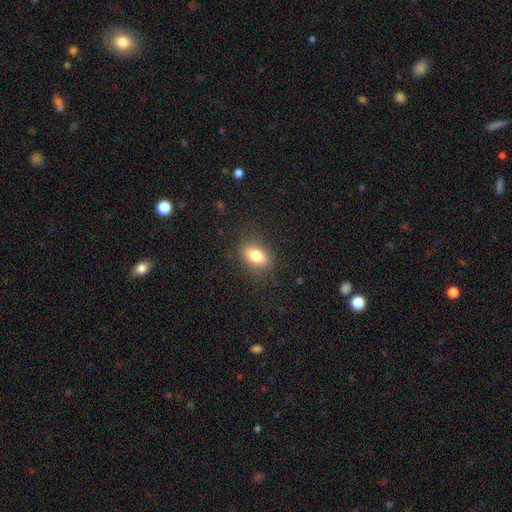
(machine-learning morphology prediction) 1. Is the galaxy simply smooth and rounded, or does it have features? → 79% smooth, 12% featured or disk, 9% star or artifact.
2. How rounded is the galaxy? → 79% in between, 17% round, 4% cigar-shaped.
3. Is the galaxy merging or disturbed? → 84% none, 11% minor disturbance, 4% major disturbance, 1% merger.